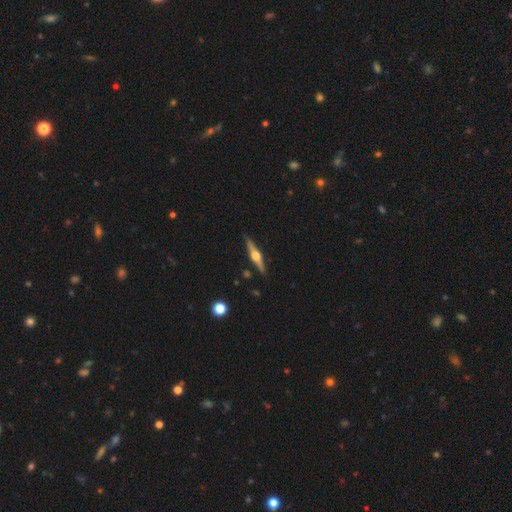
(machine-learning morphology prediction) type=featured or disk (77%); edge-on=yes (98%); edge-on bulge=rounded (95%); merging=none (89%).